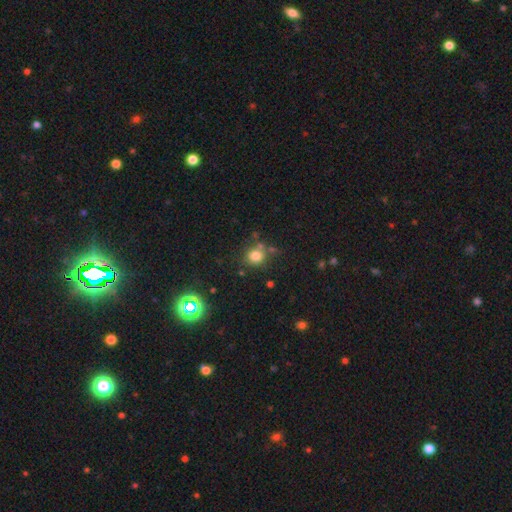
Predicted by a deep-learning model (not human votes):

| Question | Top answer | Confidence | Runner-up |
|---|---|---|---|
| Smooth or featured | smooth | 77% | star or artifact (15%) |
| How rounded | round | 83% | in between (16%) |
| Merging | none | 69% | merger (13%) |